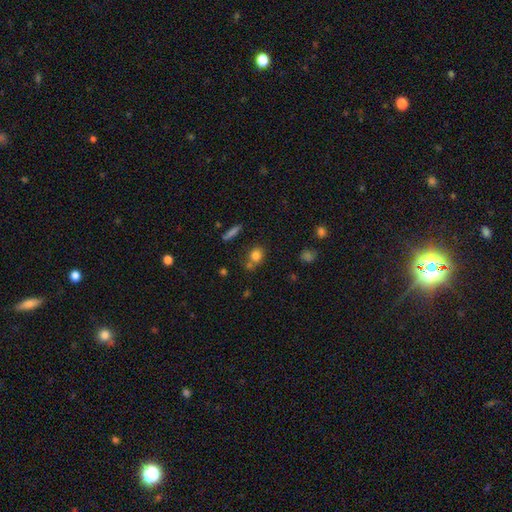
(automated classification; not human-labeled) smooth 78%, star or artifact 13%, featured or disk 10%. Down the decision tree: how rounded — round (62%); merging — none (59%).